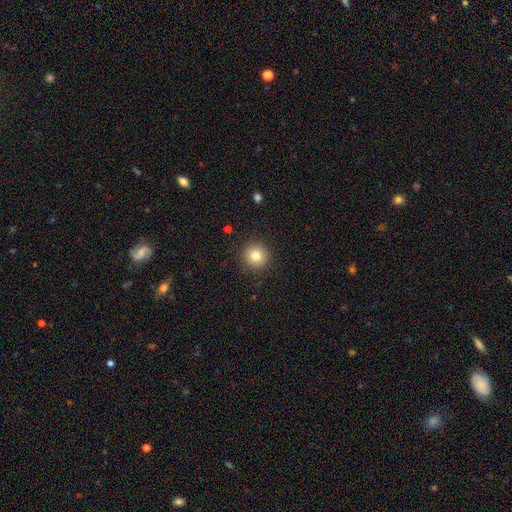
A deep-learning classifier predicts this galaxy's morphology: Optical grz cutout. It shows a smooth galaxy with no disk features (81%) that is round (95%). Merging: none (91%).